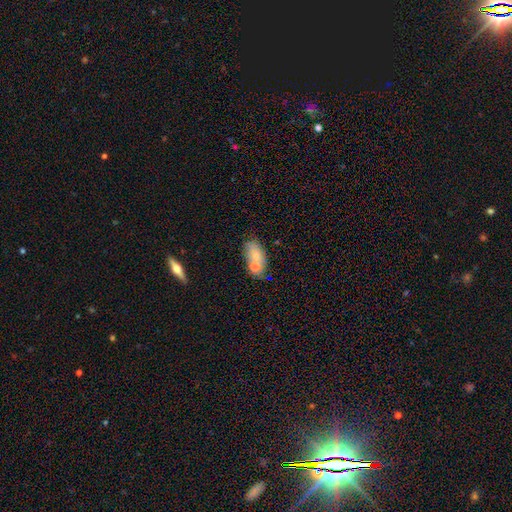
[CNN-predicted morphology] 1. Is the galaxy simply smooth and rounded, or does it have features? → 69% smooth, 21% featured or disk, 9% star or artifact.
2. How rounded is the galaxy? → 86% in between, 10% round, 4% cigar-shaped.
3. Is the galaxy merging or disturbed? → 49% none, 30% merger, 16% minor disturbance, 6% major disturbance.